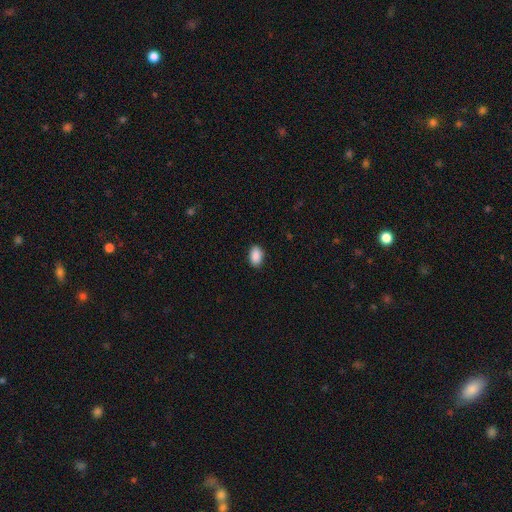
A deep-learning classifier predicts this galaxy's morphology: This is clearly a smooth galaxy (90%). How rounded: clearly in between (90%). Merging: clearly none (88%).